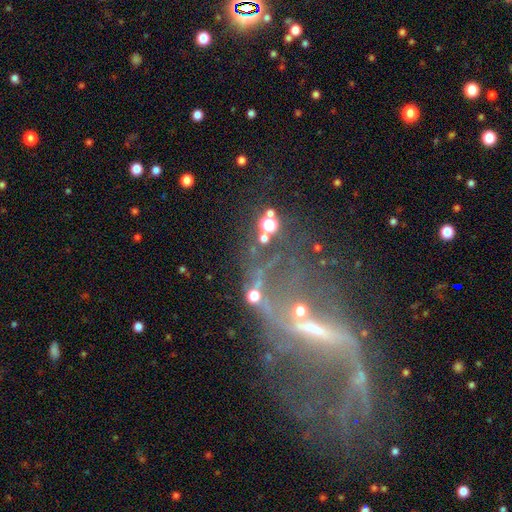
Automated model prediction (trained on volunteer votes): A featured or disk galaxy (75%) with a strong bar (42%), spiral arms (66%) and a small central bulge (48%). Merging: major disturbance (36%).